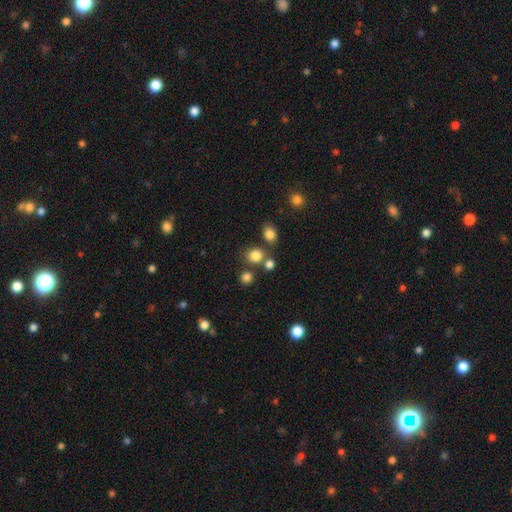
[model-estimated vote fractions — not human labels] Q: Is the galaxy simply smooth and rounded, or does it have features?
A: smooth — 80%.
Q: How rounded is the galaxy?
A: round — 75%.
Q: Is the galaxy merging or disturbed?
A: none — 68%.